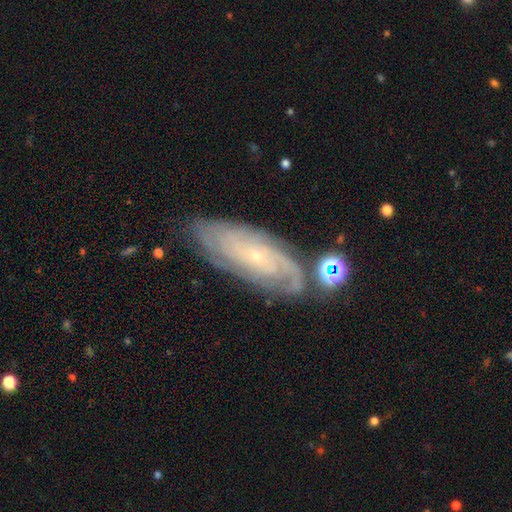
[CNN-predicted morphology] smooth-or-featured: featured or disk: 82% | smooth: 11% | star or artifact: 7%
  disk-edge-on: no: 91% | yes: 9%
    bar: no: 78% | weak: 17% | strong: 5%
    has-spiral-arms: yes: 95% | no: 5%
      spiral-winding: tight: 74% | medium: 21% | loose: 5%
      spiral-arm-count: can't tell: 40% | 4: 16% | 2: 15% | 3: 14% | more than 4: 9% | 1: 6%
    bulge-size: small: 88% | moderate: 9% | none: 2% | large: 1% | dominant: 1%
  merging: none: 73% | minor disturbance: 17% | major disturbance: 5% | merger: 5%